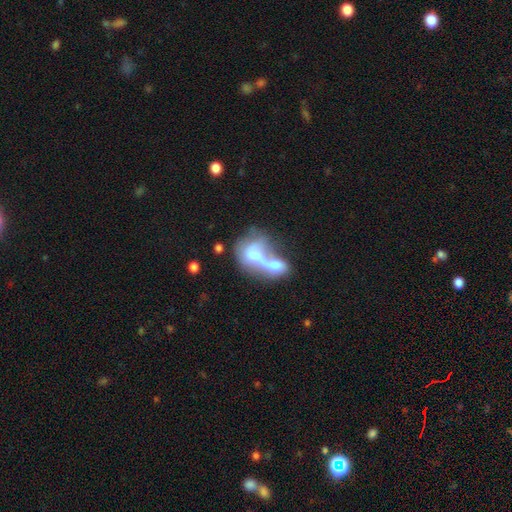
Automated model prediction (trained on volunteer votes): Morphology: type=smooth (56%); roundness=in between (62%); merging=merger (72%).